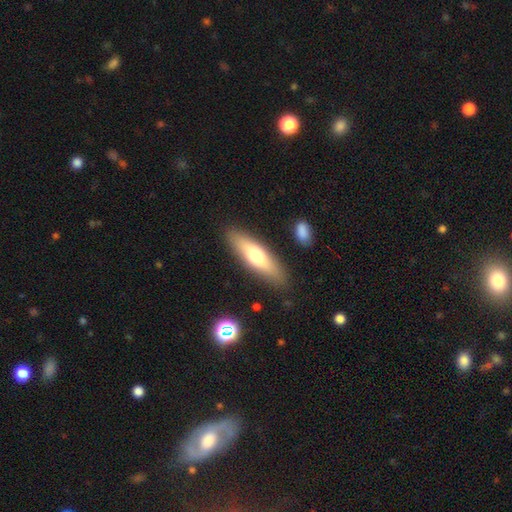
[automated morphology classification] smooth_or_featured: smooth (p=0.61) [alt: featured or disk p=0.33]
how_rounded: cigar-shaped (p=0.60) [alt: in between p=0.38]
merging: none (p=0.86) [alt: minor disturbance p=0.10]